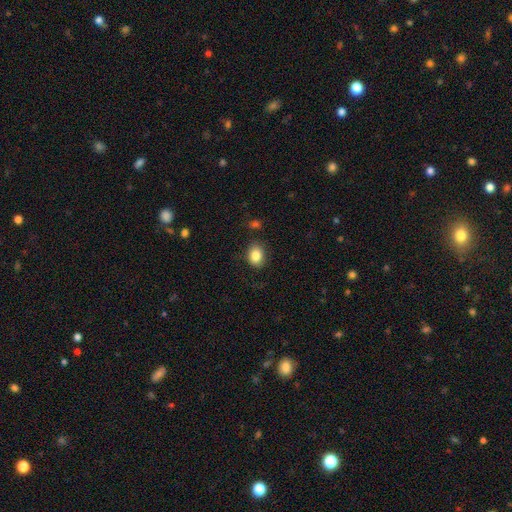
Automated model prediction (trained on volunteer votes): This appears to be a smooth galaxy with no disk features (85%) that is in between round and cigar-shaped (61%). Merging: none (82%).